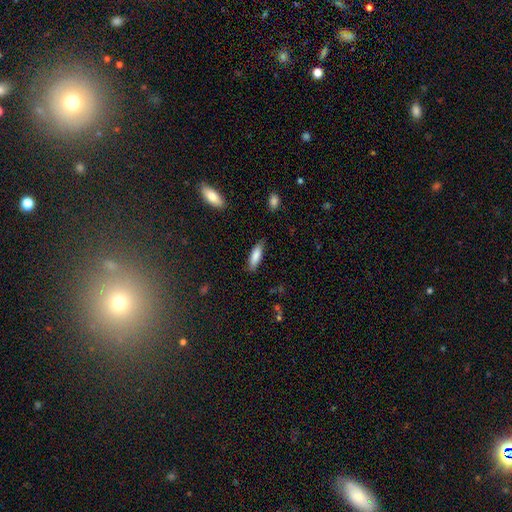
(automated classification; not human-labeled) smooth-or-featured: smooth: 83% | featured or disk: 11% | star or artifact: 6%
  how-rounded: cigar-shaped: 54% | in between: 45% | round: 1%
  merging: none: 81% | minor disturbance: 15% | major disturbance: 3% | merger: 1%